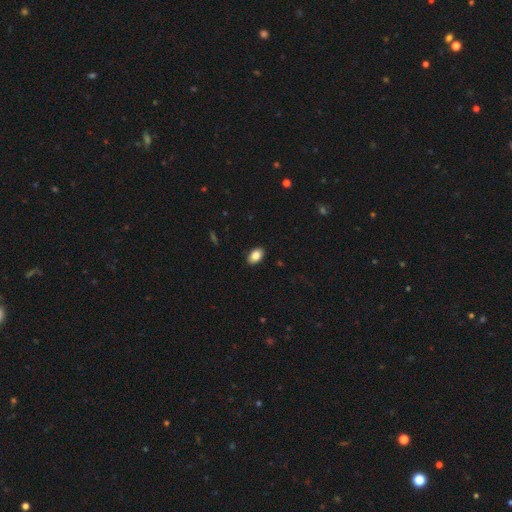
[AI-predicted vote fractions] Morphology: type=smooth (85%); roundness=in between (89%); merging=none (90%).